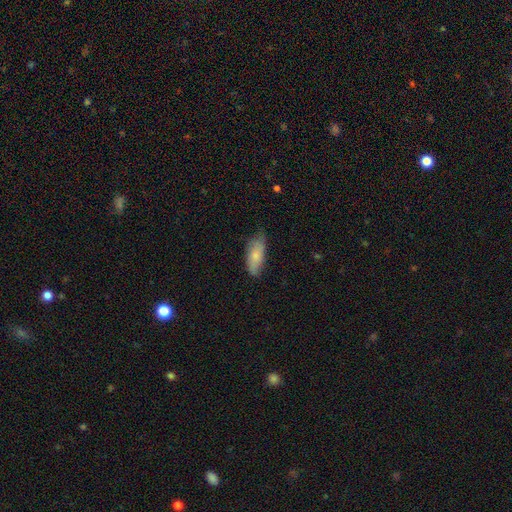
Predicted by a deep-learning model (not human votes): Overall: smooth (76%). How rounded: in between (79%). Merging: none (65%; minor disturbance 28%).